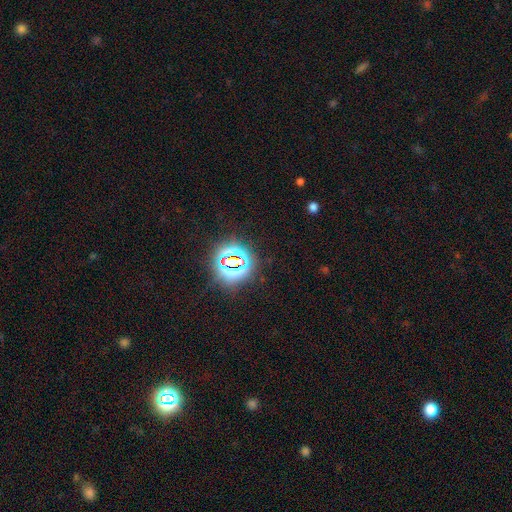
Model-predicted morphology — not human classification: A star or artifact, not a galaxy (77%).